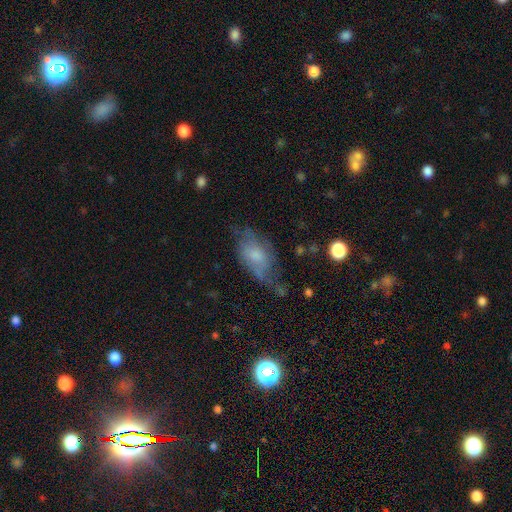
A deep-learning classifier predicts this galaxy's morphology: Smooth or featured: featured or disk — 47% (smooth — 44%)
Merging: none — 43% (minor disturbance — 31%)